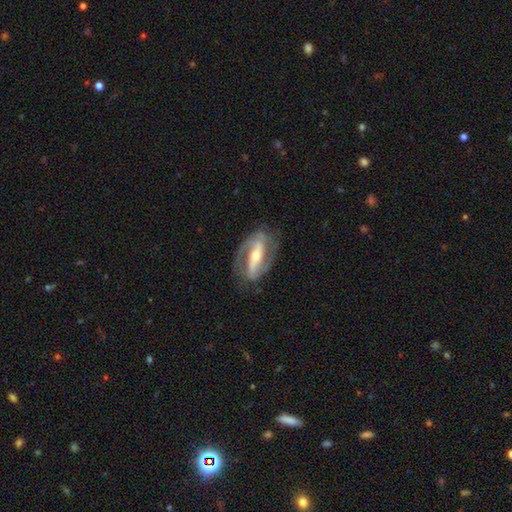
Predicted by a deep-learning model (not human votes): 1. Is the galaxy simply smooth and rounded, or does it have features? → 87% featured or disk, 9% smooth, 5% star or artifact.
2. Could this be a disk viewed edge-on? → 92% no, 8% yes.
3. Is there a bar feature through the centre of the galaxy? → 65% strong, 22% weak, 13% no.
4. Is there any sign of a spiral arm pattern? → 91% yes, 9% no.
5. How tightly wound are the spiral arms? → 45% medium, 33% tight, 22% loose.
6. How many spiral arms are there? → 89% 2, 5% can't tell, 3% 1, 1% 3, 1% 4, 1% more than 4.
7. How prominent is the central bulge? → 55% moderate, 39% small, 4% large, 1% none, 1% dominant.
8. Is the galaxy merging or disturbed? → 81% none, 13% minor disturbance, 6% major disturbance, 1% merger.